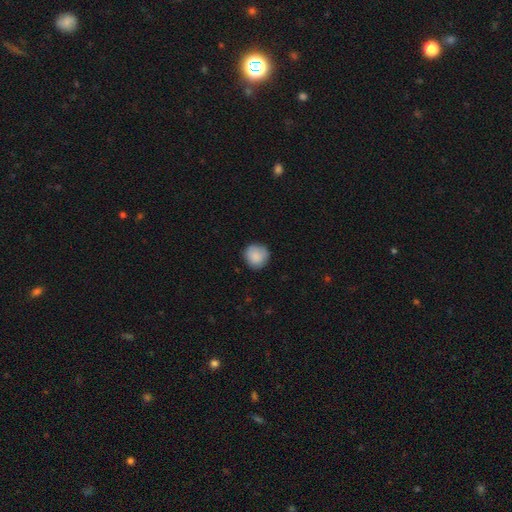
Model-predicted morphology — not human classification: This is clearly a smooth galaxy (88%). How rounded: clearly round (93%). Merging: clearly none (84%).